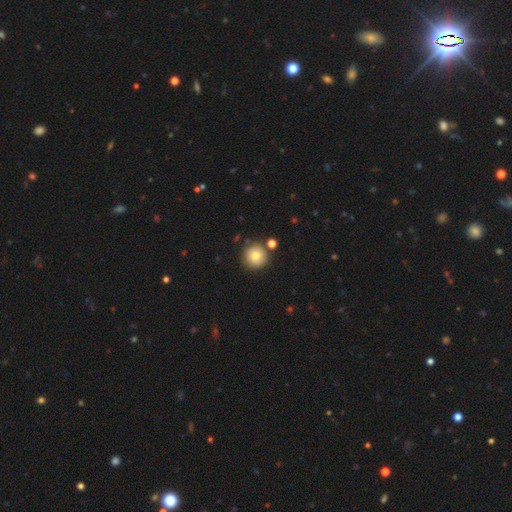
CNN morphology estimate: Overall: smooth (81%). How rounded: round (95%). Merging: none (80%).